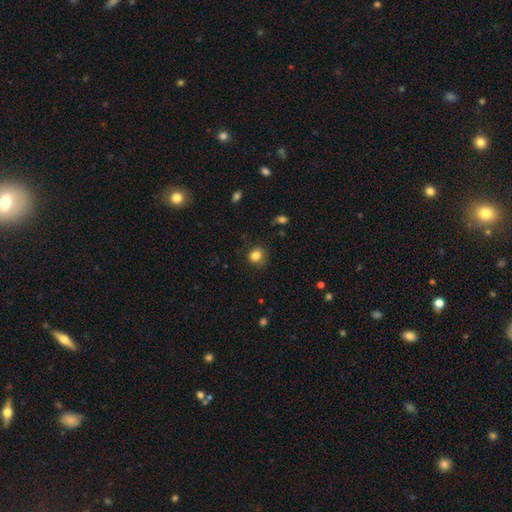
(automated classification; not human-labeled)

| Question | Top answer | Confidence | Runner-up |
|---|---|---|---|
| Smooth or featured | smooth | 82% | star or artifact (11%) |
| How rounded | round | 79% | in between (20%) |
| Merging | none | 79% | minor disturbance (16%) |